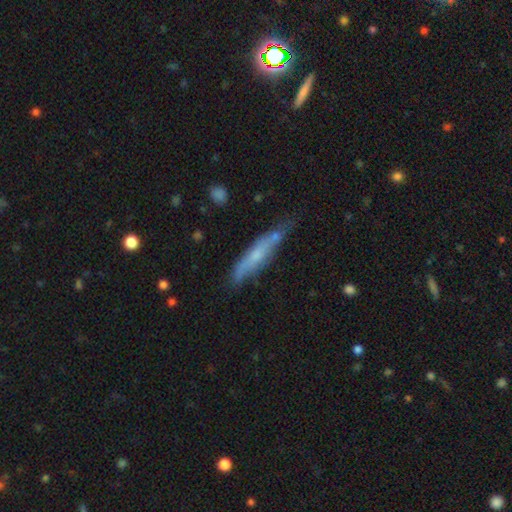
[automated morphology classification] smooth-or-featured: smooth: 48% | featured or disk: 45% | star or artifact: 7%
  merging: none: 58% | minor disturbance: 30% | major disturbance: 8% | merger: 5%